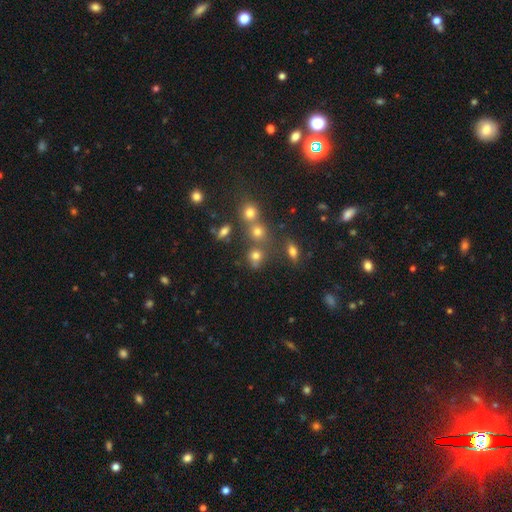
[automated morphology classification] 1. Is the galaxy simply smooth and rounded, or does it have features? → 71% smooth, 19% star or artifact, 10% featured or disk.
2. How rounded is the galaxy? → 72% round, 26% in between, 2% cigar-shaped.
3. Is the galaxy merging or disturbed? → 59% none, 24% merger, 12% minor disturbance, 5% major disturbance.